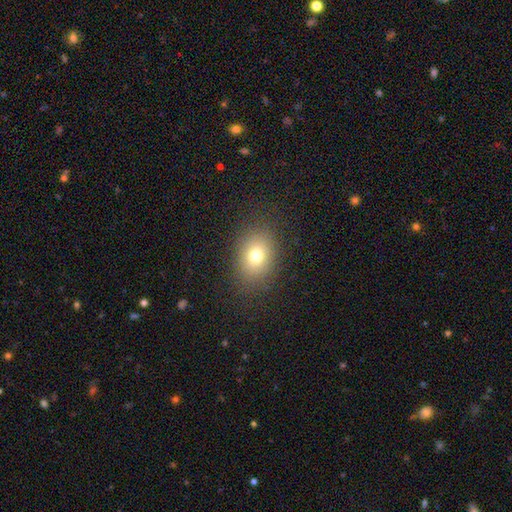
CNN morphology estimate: Smooth or featured?
  - smooth: 75% *
  - star or artifact: 14%
  - featured or disk: 11%
How rounded?
  - in between: 60% *
  - round: 39%
  - cigar-shaped: 1%
Merging?
  - none: 86% *
  - minor disturbance: 9%
  - major disturbance: 4%
  - merger: 1%